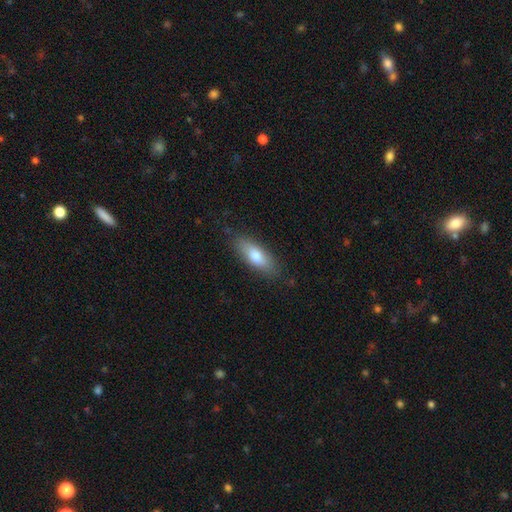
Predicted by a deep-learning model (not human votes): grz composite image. It shows a smooth galaxy with no disk features (76%) that is in between round and cigar-shaped (66%). Merging: none (82%).